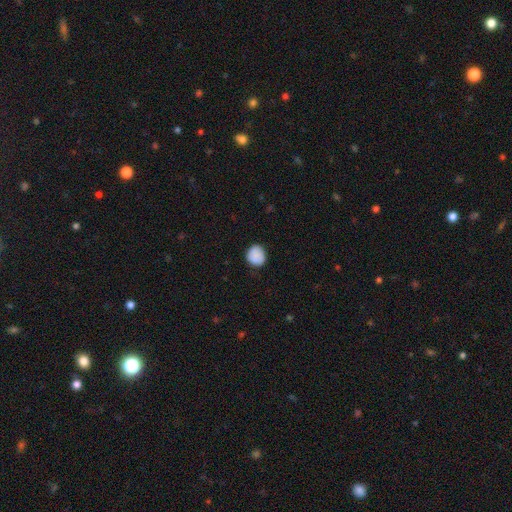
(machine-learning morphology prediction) This is clearly a smooth galaxy (88%). How rounded: likely round (78%). Merging: clearly none (80%).